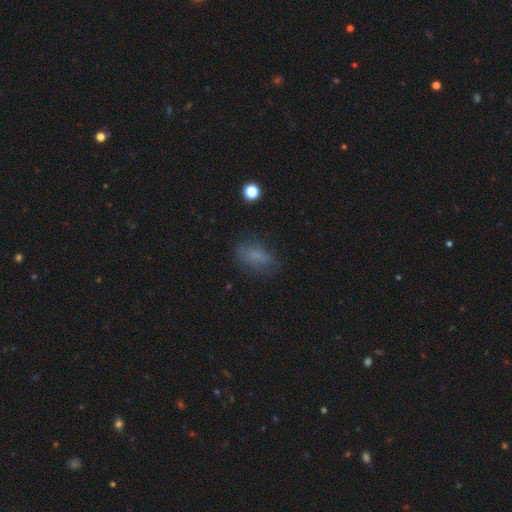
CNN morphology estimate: A smooth galaxy with no disk features (72%) that is in between round and cigar-shaped (81%).

Vote fractions:
- Smooth or featured? smooth: 72% / featured or disk: 14% / star or artifact: 13%
- How rounded? in between: 81% / cigar-shaped: 11% / round: 8%
- Merging? none: 68% / minor disturbance: 21% / major disturbance: 9% / merger: 2%